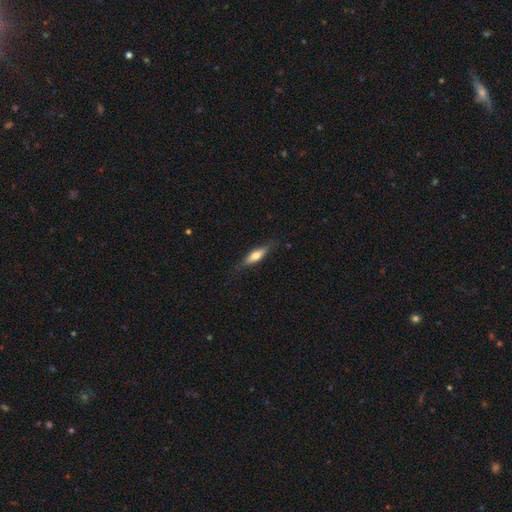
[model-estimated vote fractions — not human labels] Smooth or featured?
  - smooth: 55% *
  - featured or disk: 39%
  - star or artifact: 6%
How rounded?
  - cigar-shaped: 60% *
  - in between: 37%
  - round: 2%
Merging?
  - none: 80% *
  - minor disturbance: 15%
  - major disturbance: 4%
  - merger: 1%